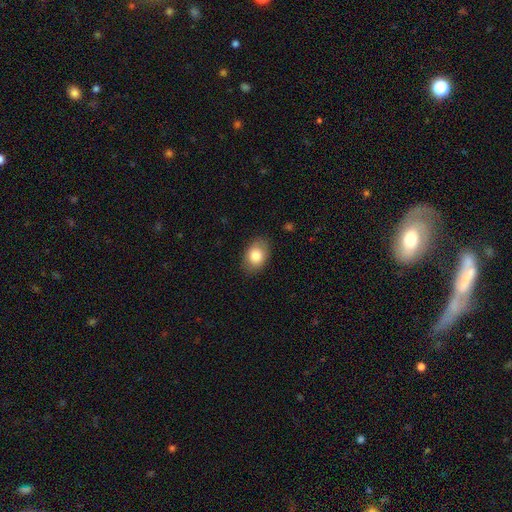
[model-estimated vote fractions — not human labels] Overall: smooth (82%). How rounded: in between (78%). Merging: none (84%).